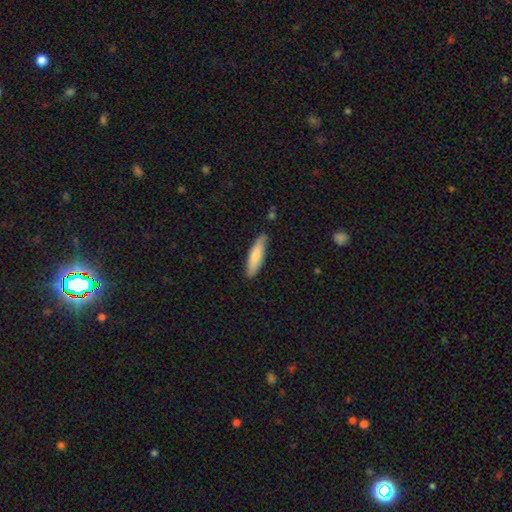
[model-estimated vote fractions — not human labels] A smooth galaxy with no disk features (72%) that is cigar-shaped (68%).

Vote fractions:
- Smooth or featured? smooth: 72% / featured or disk: 23% / star or artifact: 5%
- How rounded? cigar-shaped: 68% / in between: 31% / round: 2%
- Merging? none: 86% / minor disturbance: 11% / major disturbance: 2% / merger: 1%